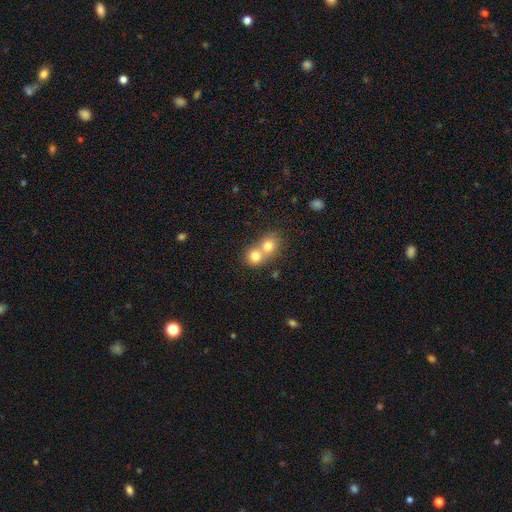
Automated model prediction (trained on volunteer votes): smooth-or-featured: smooth: 76% | featured or disk: 13% | star or artifact: 11%
  how-rounded: round: 79% | in between: 20% | cigar-shaped: 1%
  merging: merger: 65% | none: 29% | minor disturbance: 4% | major disturbance: 2%